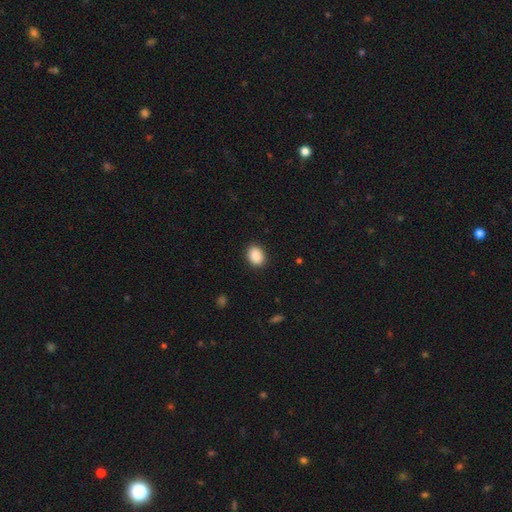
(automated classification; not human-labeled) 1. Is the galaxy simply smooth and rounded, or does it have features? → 89% smooth, 8% star or artifact, 3% featured or disk.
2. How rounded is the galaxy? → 63% in between, 36% round, 1% cigar-shaped.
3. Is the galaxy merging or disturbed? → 90% none, 7% minor disturbance, 2% major disturbance, 1% merger.